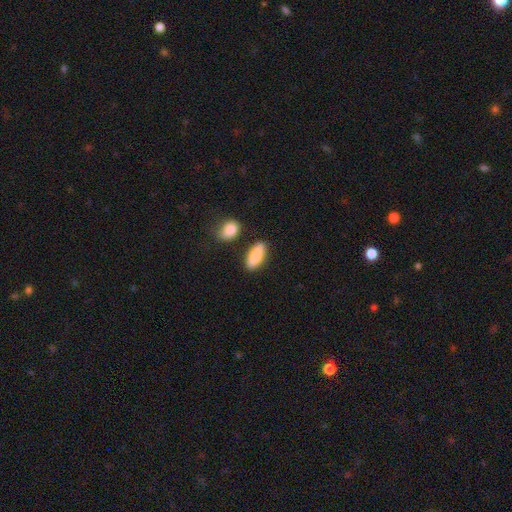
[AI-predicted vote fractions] Smooth or featured?
  - smooth: 83% *
  - featured or disk: 11%
  - star or artifact: 6%
How rounded?
  - in between: 78% *
  - cigar-shaped: 19%
  - round: 3%
Merging?
  - none: 81% *
  - minor disturbance: 10%
  - merger: 6%
  - major disturbance: 3%